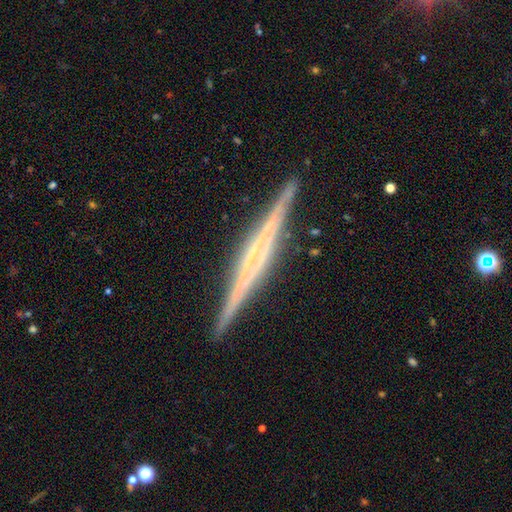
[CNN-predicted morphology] Q: Smooth or featured?
A: featured or disk (85%); runner-up: smooth (10%)
Q: Edge-on disk?
A: yes (98%); runner-up: no (2%)
Q: Edge-on bulge?
A: boxy (41%); runner-up: none (32%)
Q: Merging?
A: none (91%); runner-up: minor disturbance (7%)